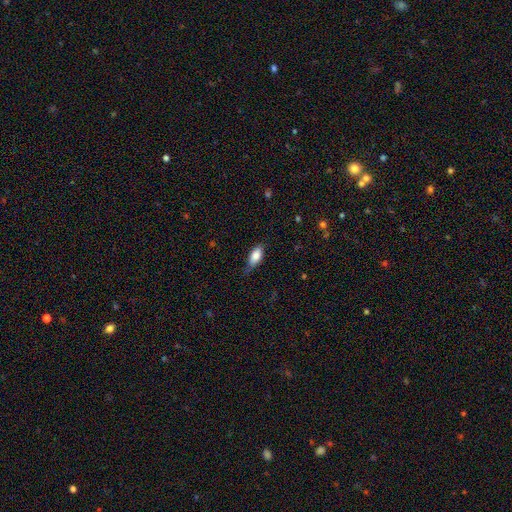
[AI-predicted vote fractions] Q: Smooth or featured?
A: smooth (83%); runner-up: featured or disk (11%)
Q: How rounded?
A: in between (86%); runner-up: cigar-shaped (11%)
Q: Merging?
A: none (65%); runner-up: minor disturbance (28%)